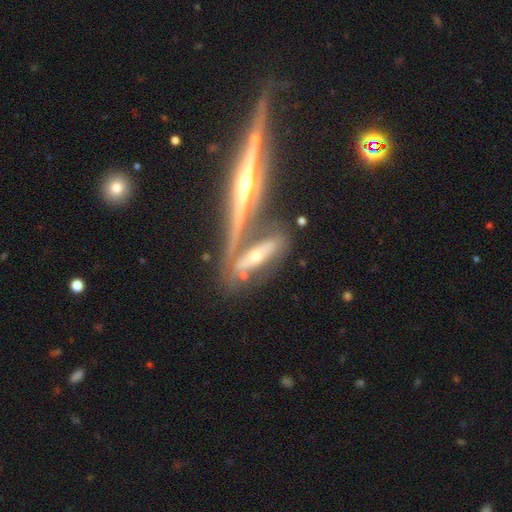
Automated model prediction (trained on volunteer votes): This appears to be a featured or disk galaxy (68%) viewed edge-on (80%) with a rounded central bulge (89%). Merging: none (48%).